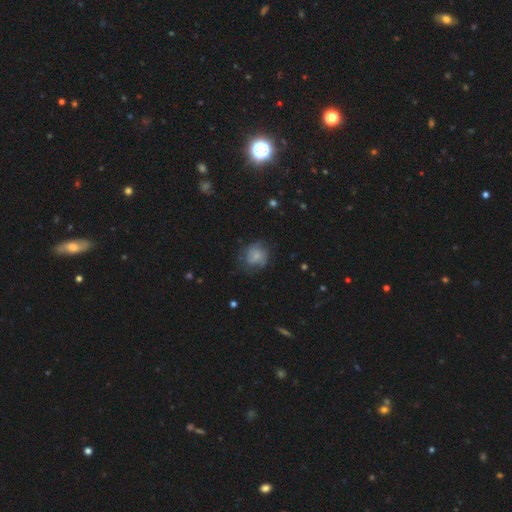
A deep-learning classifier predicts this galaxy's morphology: A smooth galaxy with no disk features (57%) that is round (77%). Merging: none (57%).